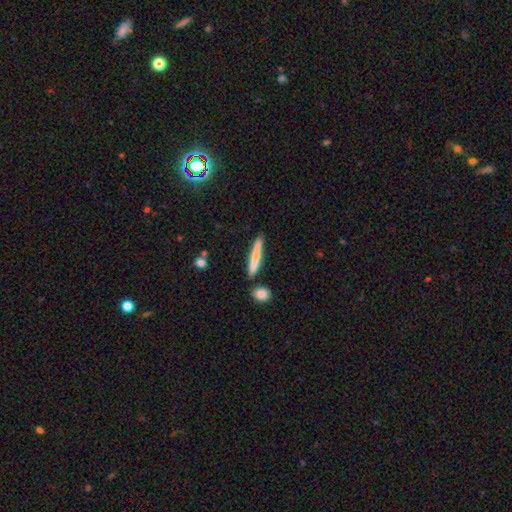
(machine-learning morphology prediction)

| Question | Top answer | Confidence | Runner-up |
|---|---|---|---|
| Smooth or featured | smooth | 71% | featured or disk (23%) |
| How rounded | cigar-shaped | 94% | in between (4%) |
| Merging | none | 80% | minor disturbance (12%) |